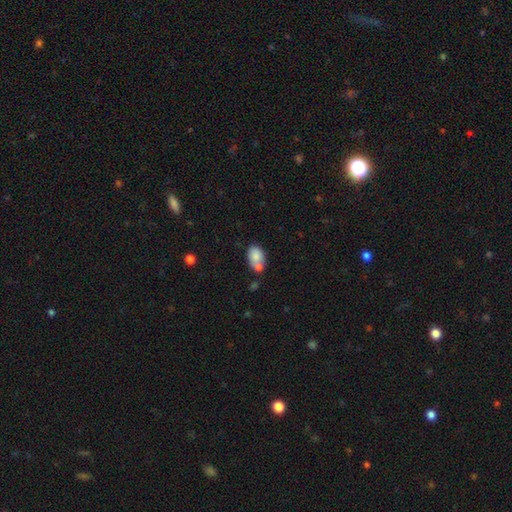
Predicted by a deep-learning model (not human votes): A smooth galaxy with no disk features (79%) that is in between round and cigar-shaped (83%). Merging: none (41%).